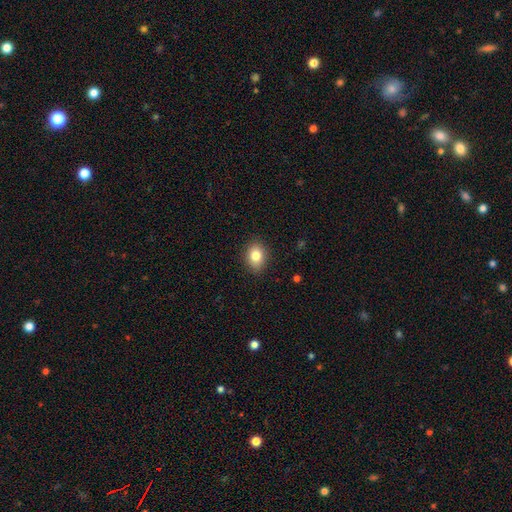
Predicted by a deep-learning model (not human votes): Overall: smooth (82%). How rounded: in between (65%; round 34%). Merging: none (88%).